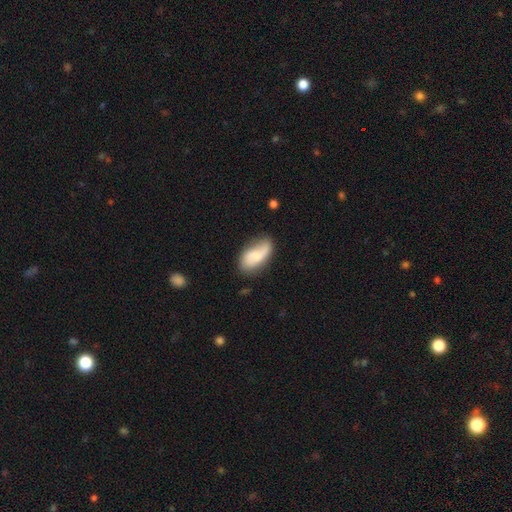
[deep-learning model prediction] Smooth or featured? smooth (49%)
Merging? none (56%)